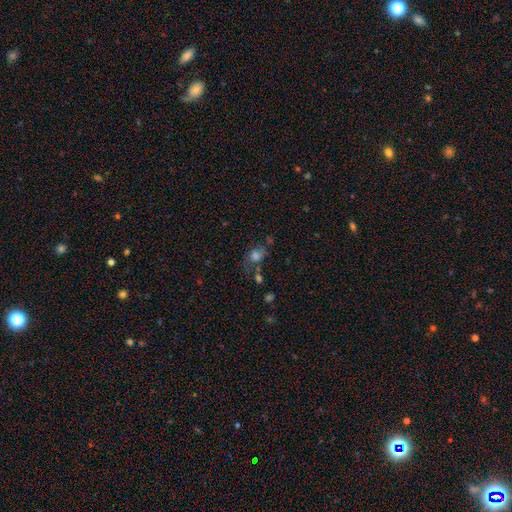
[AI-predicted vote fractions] Smooth or featured?
  - smooth: 70% *
  - star or artifact: 16%
  - featured or disk: 14%
How rounded?
  - round: 51% *
  - in between: 47%
  - cigar-shaped: 2%
Merging?
  - none: 46% *
  - minor disturbance: 22%
  - merger: 16%
  - major disturbance: 15%